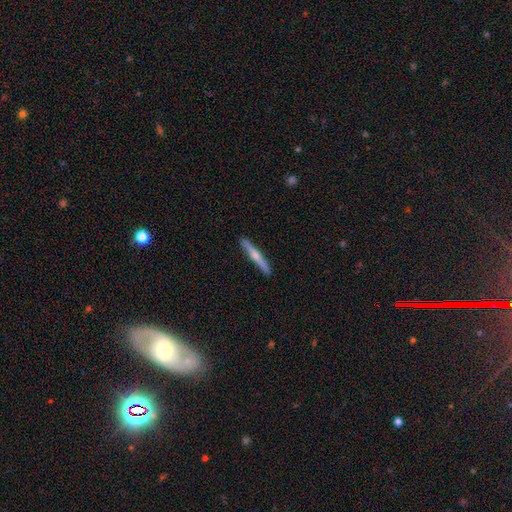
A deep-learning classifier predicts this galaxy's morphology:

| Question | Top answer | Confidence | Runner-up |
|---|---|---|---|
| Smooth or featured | featured or disk | 58% | smooth (36%) |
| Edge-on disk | yes | 97% | no (3%) |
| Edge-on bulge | rounded | 80% | none (14%) |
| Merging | none | 91% | minor disturbance (7%) |